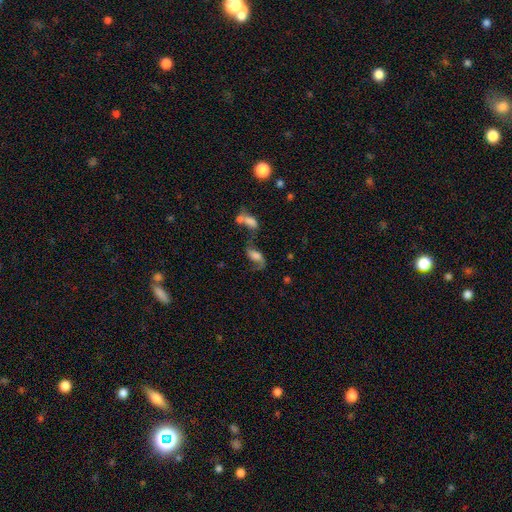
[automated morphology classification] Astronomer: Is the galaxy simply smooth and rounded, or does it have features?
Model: featured or disk — 57%.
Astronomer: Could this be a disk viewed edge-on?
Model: no — 94%.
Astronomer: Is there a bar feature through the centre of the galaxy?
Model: no — 53% (runner-up: weak, 34%).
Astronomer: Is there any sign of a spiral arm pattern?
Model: yes — 87%.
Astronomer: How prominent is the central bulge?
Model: large — 29% (runner-up: moderate, 28%).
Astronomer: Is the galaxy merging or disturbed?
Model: none — 39% (runner-up: major disturbance, 23%).